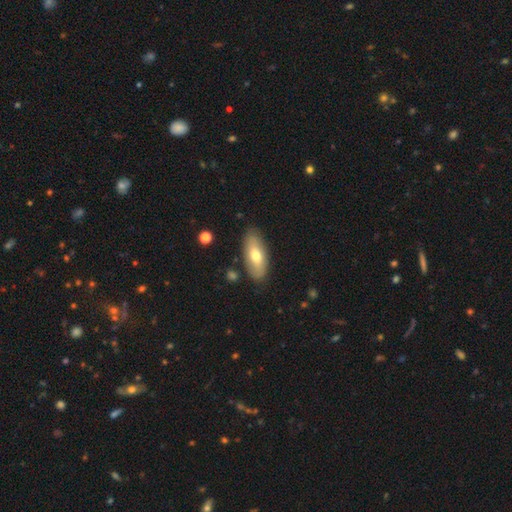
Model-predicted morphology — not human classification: smooth_or_featured: smooth (p=0.64) [alt: featured or disk p=0.29]
how_rounded: in between (p=0.84) [alt: cigar-shaped p=0.13]
merging: none (p=0.84) [alt: minor disturbance p=0.12]